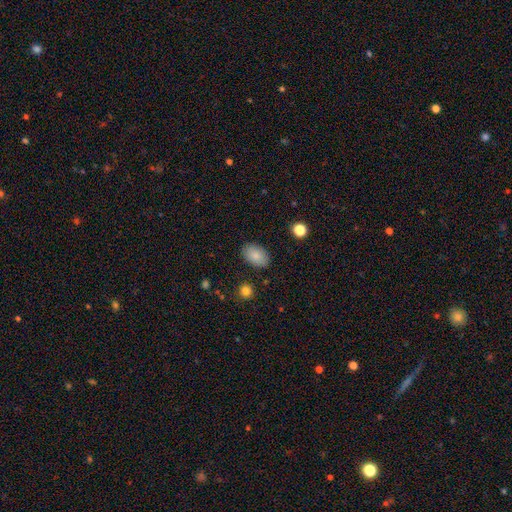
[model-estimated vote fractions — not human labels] This is clearly a smooth galaxy (84%). How rounded: clearly in between (90%). Merging: clearly none (86%).